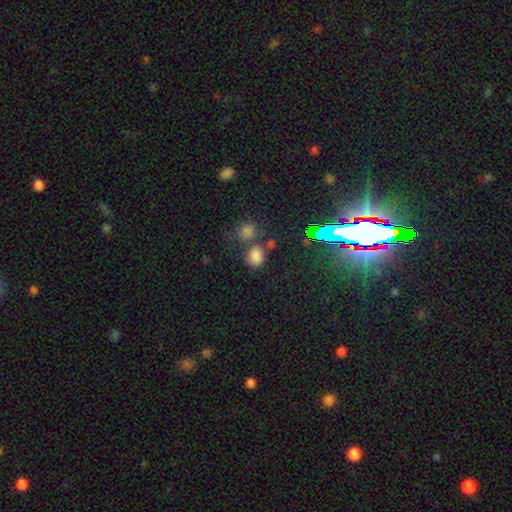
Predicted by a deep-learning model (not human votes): smooth 75%, star or artifact 19%, featured or disk 6%. Down the decision tree: how rounded — in between (50%); merging — none (58%).